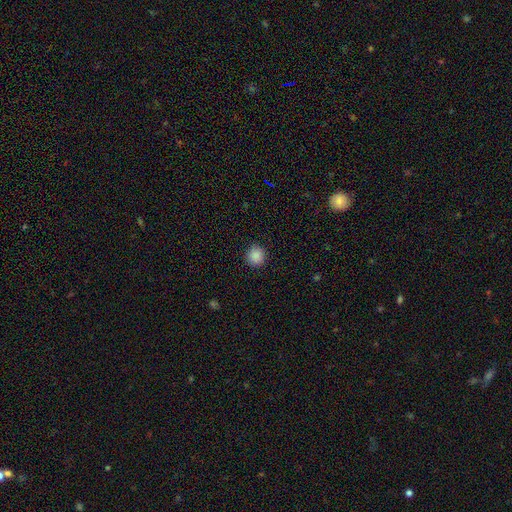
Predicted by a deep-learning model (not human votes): Overall: smooth (88%). How rounded: round (92%). Merging: none (91%).